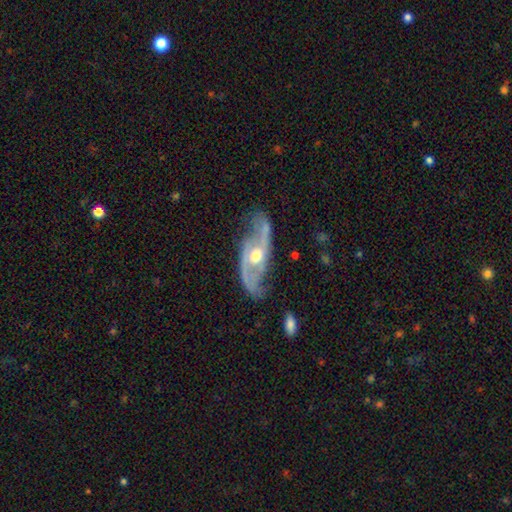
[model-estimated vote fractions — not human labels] A featured or disk galaxy (88%) with no bar (60%), 2 (88%) medium (43%) spiral arms (92%) and a moderate central bulge (75%).

Vote fractions:
- Smooth or featured? featured or disk: 88% / smooth: 8% / star or artifact: 5%
- Edge-on disk? no: 91% / yes: 9%
- Bar? no: 60% / weak: 29% / strong: 11%
- Spiral arms? yes: 92% / no: 8%
- Spiral winding? medium: 43% / loose: 40% / tight: 18%
- Spiral arm count? 2: 88% / can't tell: 5% / 1: 2% / 3: 2% / 4: 1% / more than 4: 1%
- Bulge size? moderate: 75% / small: 17% / large: 6% / dominant: 1% / none: 1%
- Merging? none: 64% / minor disturbance: 22% / major disturbance: 11% / merger: 3%